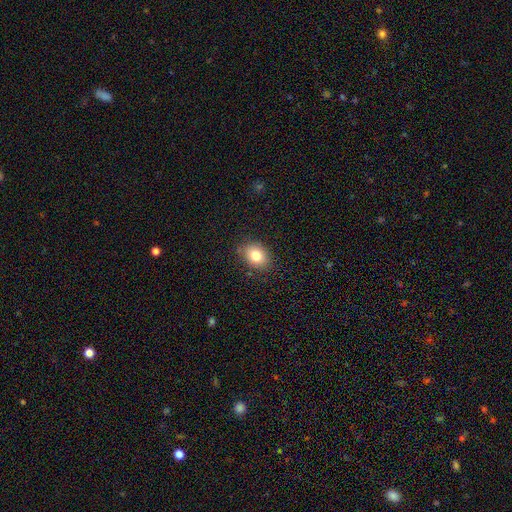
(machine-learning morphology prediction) This appears to be a smooth galaxy with no disk features (81%) that is in between round and cigar-shaped (61%). Merging: none (83%).